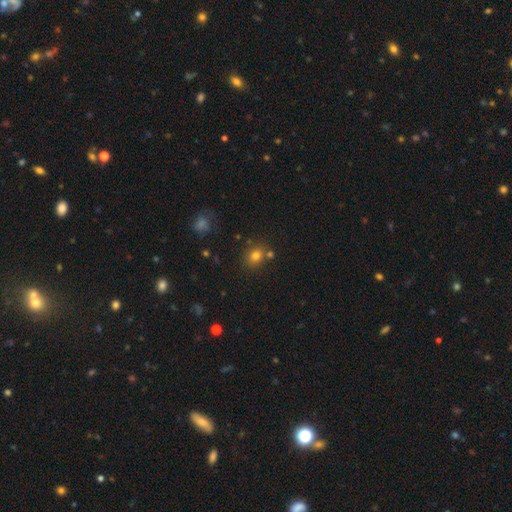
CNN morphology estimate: Smooth or featured?
  - smooth: 78% *
  - star or artifact: 15%
  - featured or disk: 8%
How rounded?
  - round: 66% *
  - in between: 33%
  - cigar-shaped: 1%
Merging?
  - none: 72% *
  - merger: 13%
  - minor disturbance: 12%
  - major disturbance: 3%